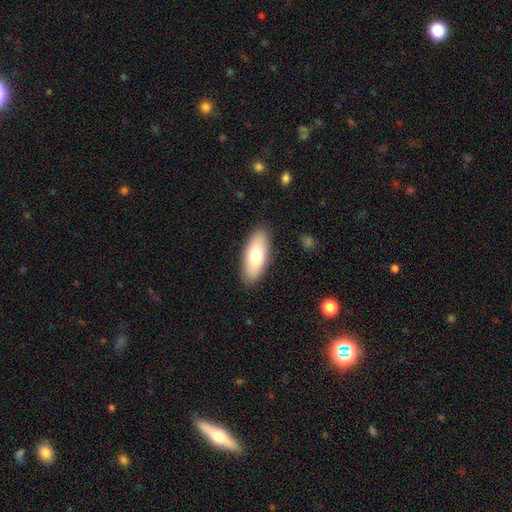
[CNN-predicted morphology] Smooth or featured? smooth (72%)
How rounded? in between (83%)
Merging? none (88%)